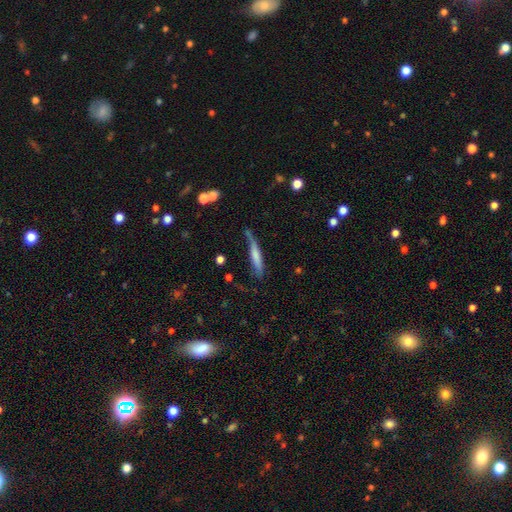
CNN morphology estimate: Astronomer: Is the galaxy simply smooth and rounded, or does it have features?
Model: smooth — 61%.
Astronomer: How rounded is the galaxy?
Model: cigar-shaped — 89%.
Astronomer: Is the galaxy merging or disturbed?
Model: none — 52% (runner-up: minor disturbance, 30%).